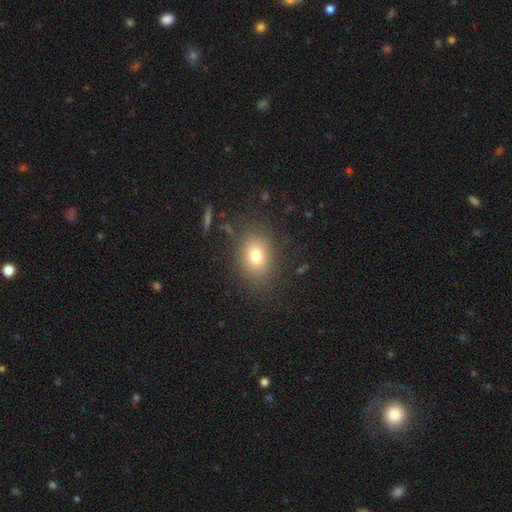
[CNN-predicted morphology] Smooth or featured: smooth — 76% (star or artifact — 12%)
How rounded: in between — 59% (round — 40%)
Merging: none — 82% (minor disturbance — 11%)